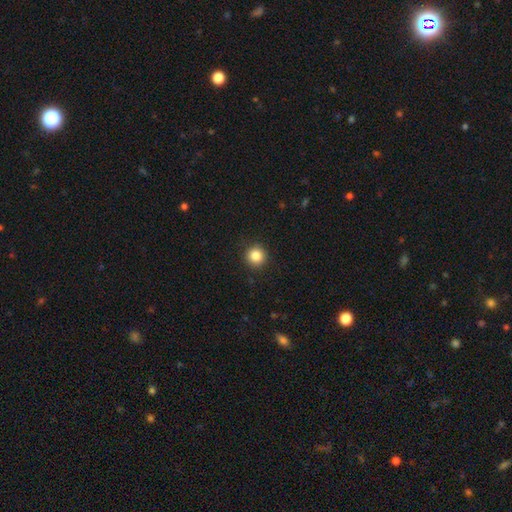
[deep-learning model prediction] smooth-or-featured: smooth: 85% | star or artifact: 10% | featured or disk: 4%
  how-rounded: round: 95% | in between: 4% | cigar-shaped: 1%
  merging: none: 92% | minor disturbance: 5% | major disturbance: 2% | merger: 1%